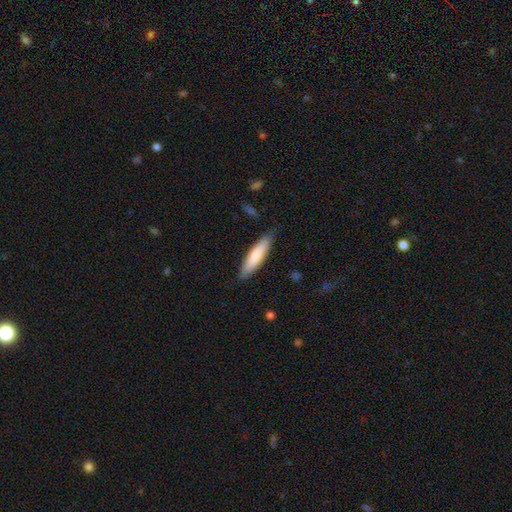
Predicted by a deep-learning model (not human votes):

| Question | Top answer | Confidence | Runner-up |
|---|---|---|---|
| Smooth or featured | smooth | 74% | featured or disk (21%) |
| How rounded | cigar-shaped | 74% | in between (24%) |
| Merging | none | 84% | minor disturbance (13%) |